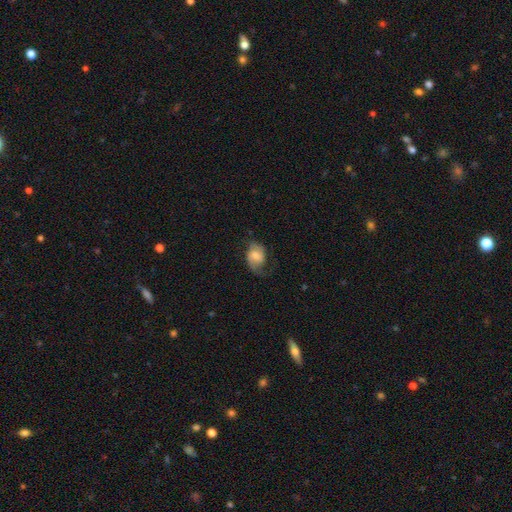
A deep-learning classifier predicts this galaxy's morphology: The model was most divided on "bar": no: 44%, weak: 43%, strong: 13%. Remaining: edge-on disk — no (96%); spiral arms — yes (87%); merging — none (56%); smooth or featured — featured or disk (53%); bulge size — moderate (47%).